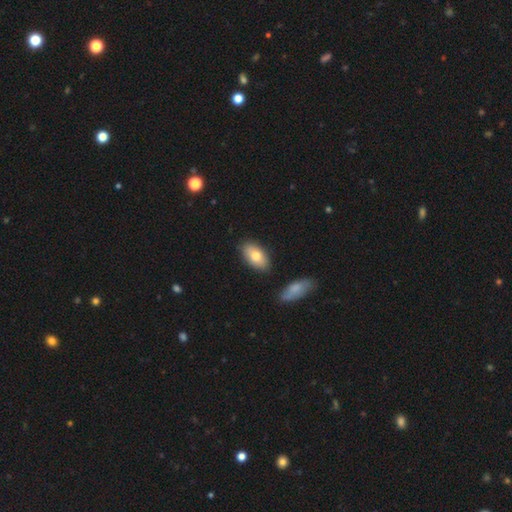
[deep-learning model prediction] Overall: smooth (76%). How rounded: in between (92%). Merging: none (83%).